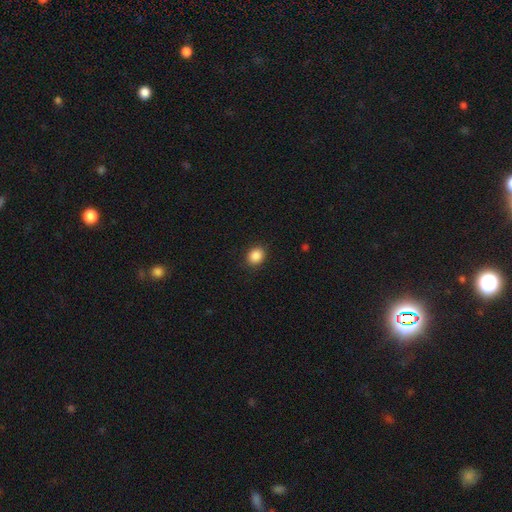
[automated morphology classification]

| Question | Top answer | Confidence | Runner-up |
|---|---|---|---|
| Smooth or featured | smooth | 88% | star or artifact (9%) |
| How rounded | round | 53% | in between (46%) |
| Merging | none | 89% | minor disturbance (8%) |